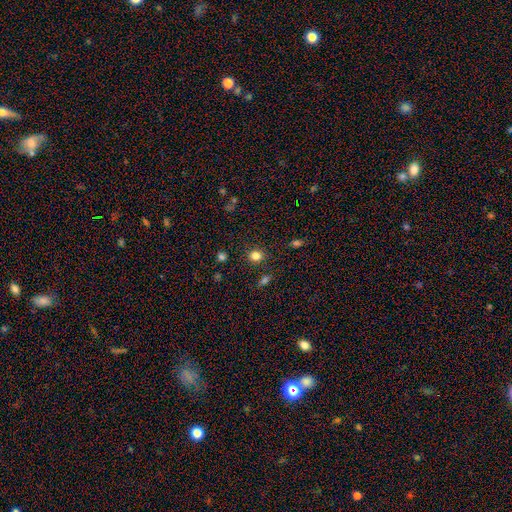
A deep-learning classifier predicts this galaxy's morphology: The model was most divided on "how rounded": round: 81%, in between: 18%, cigar-shaped: 1%. More confident: merging — none (87%); smooth or featured — smooth (82%).